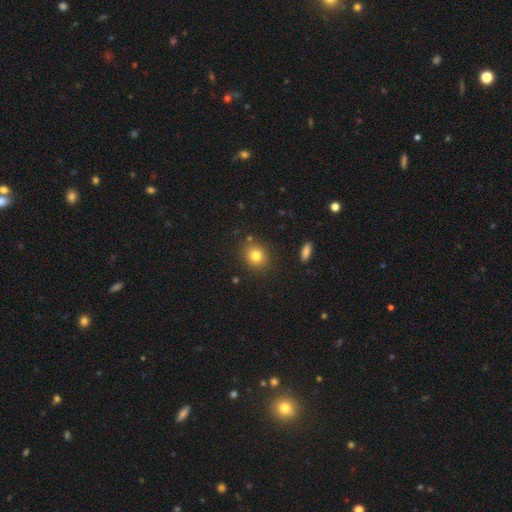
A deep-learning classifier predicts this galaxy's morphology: The model was most divided on "how rounded": round: 77%, in between: 22%, cigar-shaped: 1%. More confident: merging — none (86%); smooth or featured — smooth (79%).